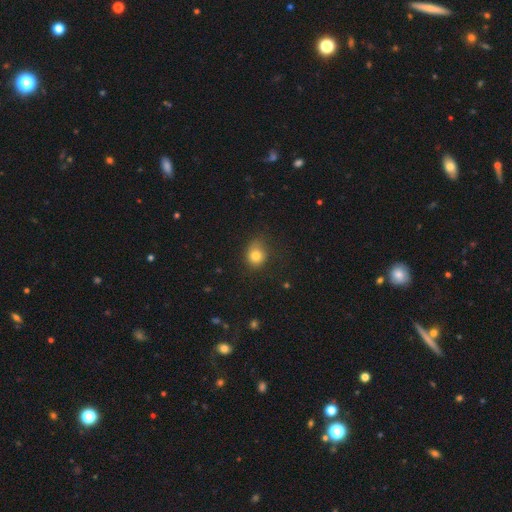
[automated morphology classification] Smooth or featured?
  - smooth: 80% *
  - star or artifact: 12%
  - featured or disk: 8%
How rounded?
  - round: 69% *
  - in between: 31%
  - cigar-shaped: 1%
Merging?
  - none: 63% *
  - minor disturbance: 26%
  - major disturbance: 9%
  - merger: 2%